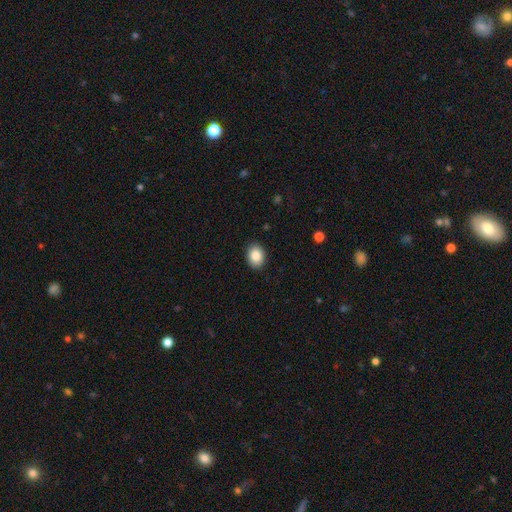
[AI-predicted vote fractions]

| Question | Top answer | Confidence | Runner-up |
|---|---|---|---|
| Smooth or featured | smooth | 87% | star or artifact (8%) |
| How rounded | in between | 63% | round (36%) |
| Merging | none | 89% | minor disturbance (8%) |